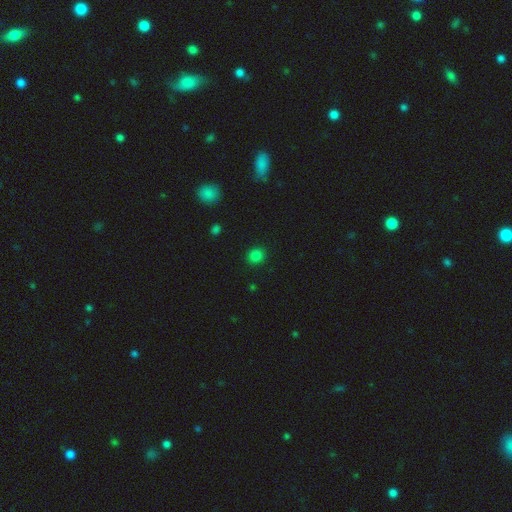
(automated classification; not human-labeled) This appears to be a smooth galaxy with no disk features (83%) that is round (87%). Merging: none (91%).